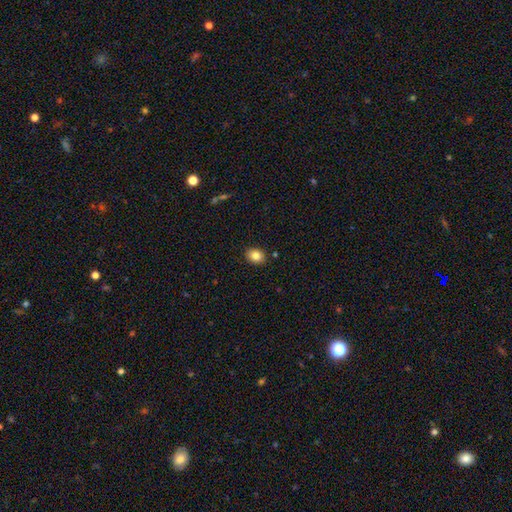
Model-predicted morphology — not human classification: type=smooth (83%); roundness=in between (59%); merging=none (89%).